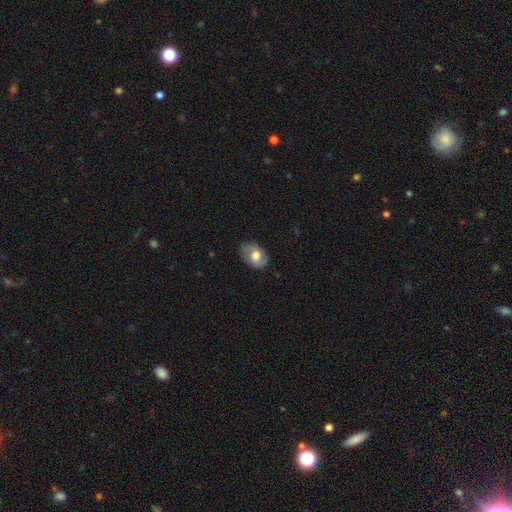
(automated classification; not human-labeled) Overall: featured or disk (51%; smooth 42%). Edge-on disk: no (95%). Merging: none (78%).